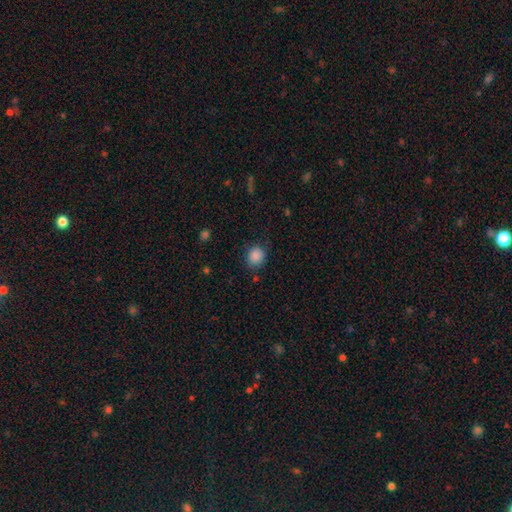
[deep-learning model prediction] smooth 87%, star or artifact 9%, featured or disk 4%. Down the decision tree: how rounded — round (76%); merging — none (79%).